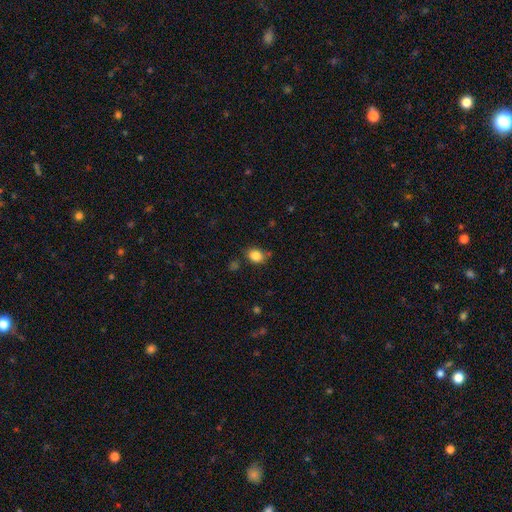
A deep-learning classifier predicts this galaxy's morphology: smooth_or_featured: smooth (p=0.84) [alt: star or artifact p=0.10]
how_rounded: round (p=0.52) [alt: in between p=0.47]
merging: none (p=0.75) [alt: minor disturbance p=0.17]